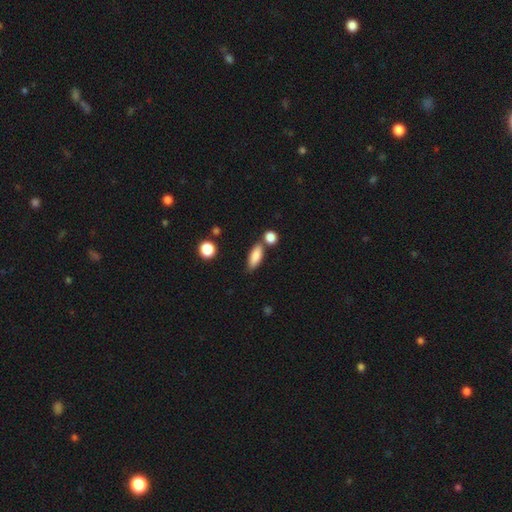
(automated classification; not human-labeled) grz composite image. It shows a smooth galaxy with no disk features (84%) that is in between round and cigar-shaped (69%). Merging: none (64%).